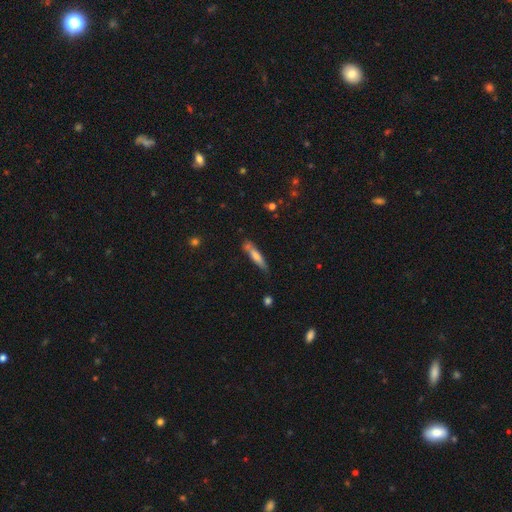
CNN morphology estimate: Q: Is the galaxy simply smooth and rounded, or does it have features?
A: smooth — 60%.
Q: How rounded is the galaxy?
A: cigar-shaped — 87%.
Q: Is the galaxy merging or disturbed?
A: none — 69%.